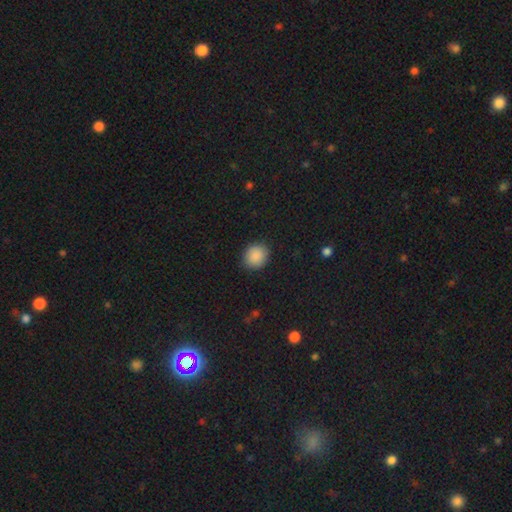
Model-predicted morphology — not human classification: smooth 89%, star or artifact 8%, featured or disk 4%. Down the decision tree: how rounded — round (76%); merging — none (88%).